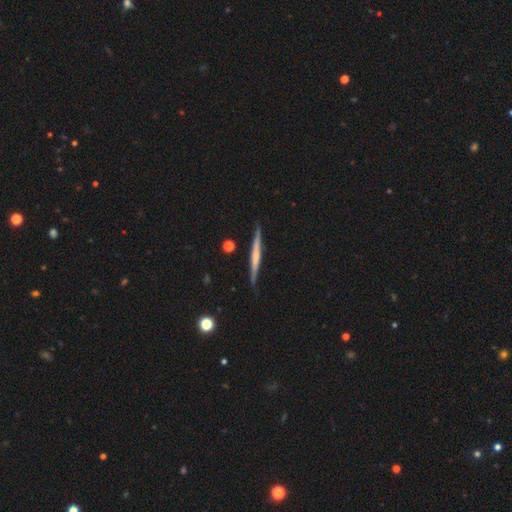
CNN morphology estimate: Q: Smooth or featured?
A: featured or disk (57%); runner-up: smooth (37%)
Q: Edge-on disk?
A: yes (97%); runner-up: no (3%)
Q: Edge-on bulge?
A: none (59%); runner-up: rounded (31%)
Q: Merging?
A: none (88%); runner-up: minor disturbance (9%)